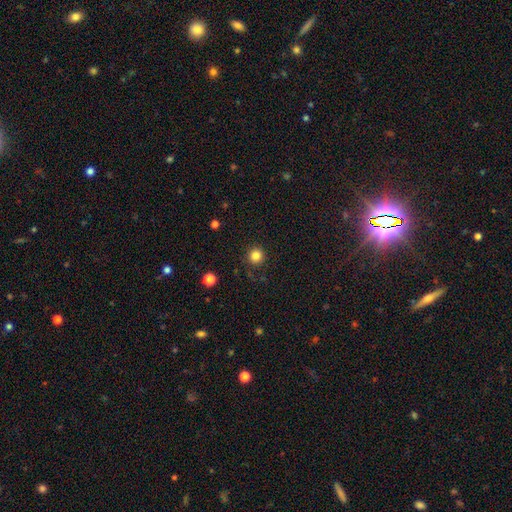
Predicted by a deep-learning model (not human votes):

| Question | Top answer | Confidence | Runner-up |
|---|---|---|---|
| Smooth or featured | smooth | 83% | star or artifact (12%) |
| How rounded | round | 95% | in between (4%) |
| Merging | none | 89% | minor disturbance (7%) |